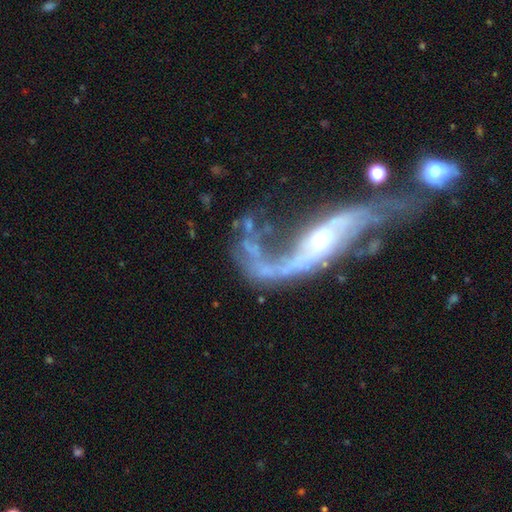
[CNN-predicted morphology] This is clearly a featured or disk galaxy (85%). It is clearly not viewed edge-on (89%). Bar: possibly no (50%). Spiral arm pattern: clearly yes (88%). Spiral arm count: likely 2 (77%). Spiral winding: clearly loose (81%). Central bulge: possibly moderate (49%). Merging: marginally major disturbance (33%).